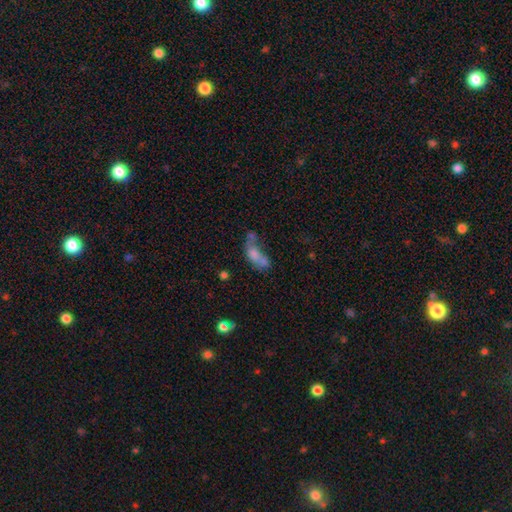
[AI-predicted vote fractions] A smooth galaxy with no disk features (64%) that is in between round and cigar-shaped (78%).

Vote fractions:
- Smooth or featured? smooth: 64% / featured or disk: 24% / star or artifact: 12%
- How rounded? in between: 78% / cigar-shaped: 14% / round: 8%
- Merging? merger: 46% / major disturbance: 20% / none: 19% / minor disturbance: 15%